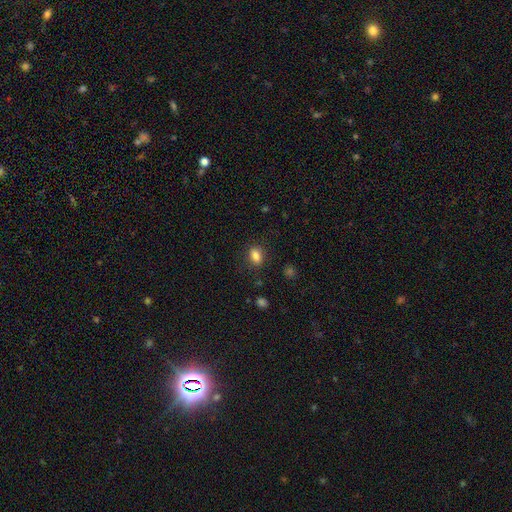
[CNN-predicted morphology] Overall: smooth (84%). How rounded: in between (79%). Merging: none (85%).